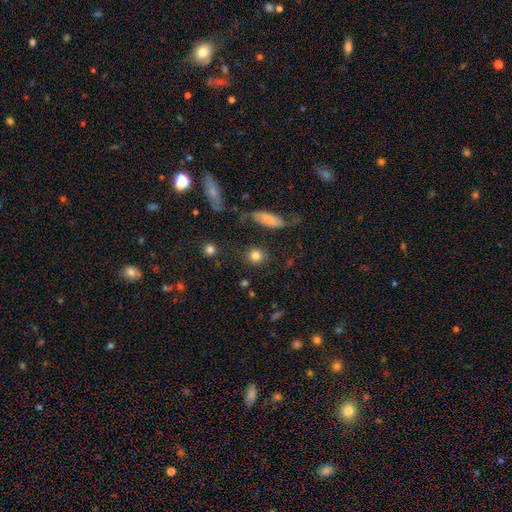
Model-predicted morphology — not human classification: A smooth galaxy with no disk features (82%) that is round (83%).

Vote fractions:
- Smooth or featured? smooth: 82% / star or artifact: 10% / featured or disk: 7%
- How rounded? round: 83% / in between: 15% / cigar-shaped: 2%
- Merging? none: 82% / minor disturbance: 10% / major disturbance: 4% / merger: 4%